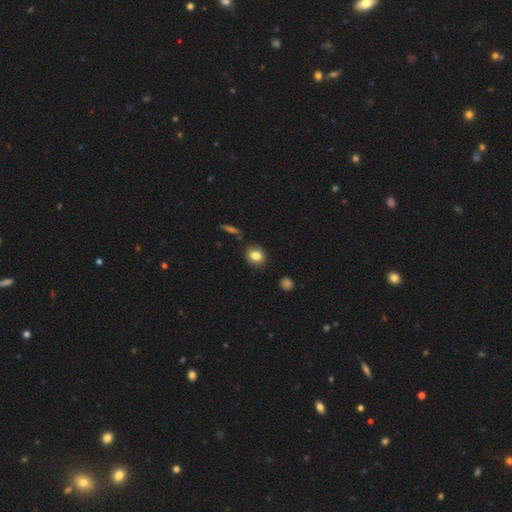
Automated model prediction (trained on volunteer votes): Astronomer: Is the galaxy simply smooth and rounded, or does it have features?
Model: smooth — 83%.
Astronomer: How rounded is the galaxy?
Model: round — 59% (runner-up: in between, 40%).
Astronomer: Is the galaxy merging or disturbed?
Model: none — 84%.